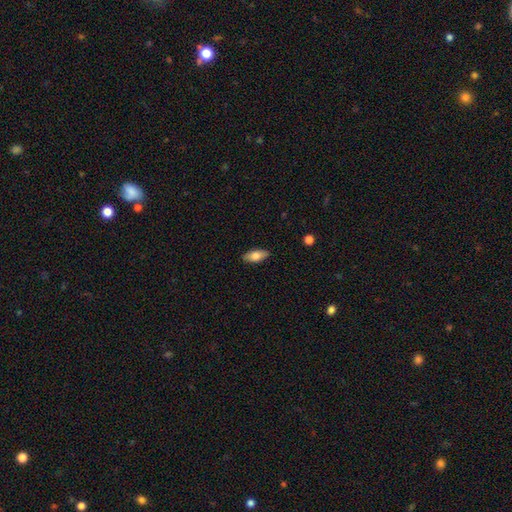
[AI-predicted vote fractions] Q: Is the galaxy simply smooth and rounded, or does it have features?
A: smooth — 76%.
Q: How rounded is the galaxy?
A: in between — 84%.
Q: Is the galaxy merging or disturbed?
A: none — 87%.